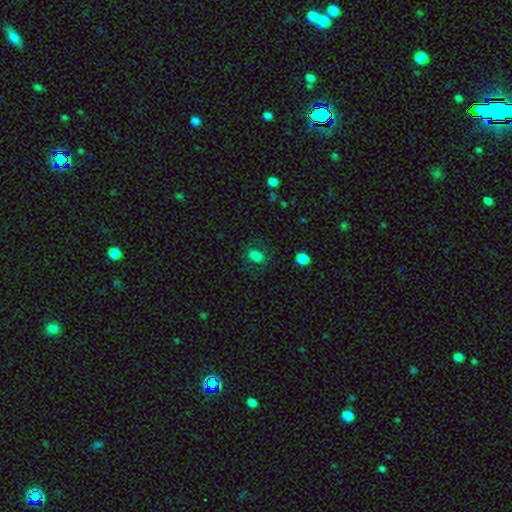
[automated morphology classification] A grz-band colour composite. It shows a smooth galaxy with no disk features (78%) that is in between round and cigar-shaped (66%). Merging: none (72%).